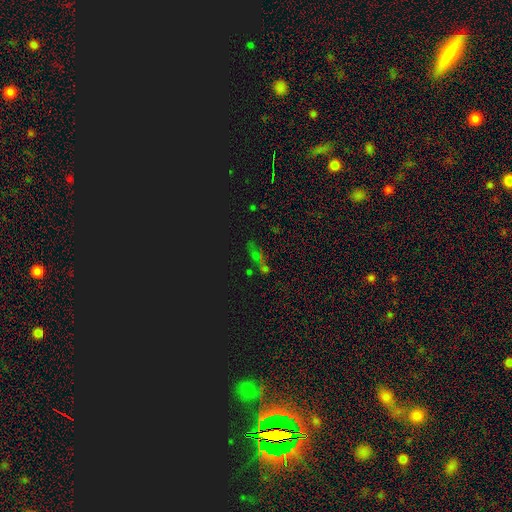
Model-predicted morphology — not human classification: Smooth or featured: star or artifact — 65% (smooth — 22%)